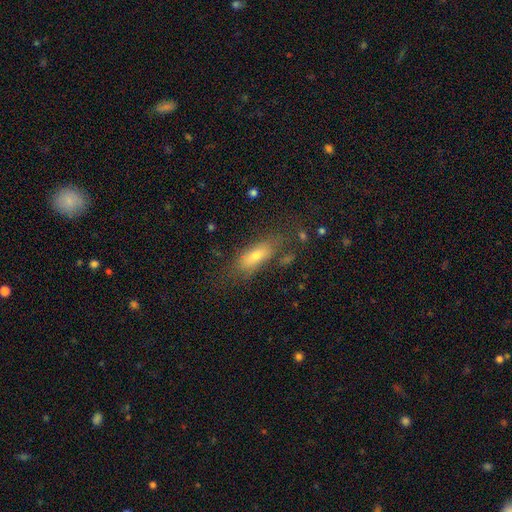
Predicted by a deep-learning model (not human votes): A smooth galaxy with no disk features (64%) that is in between round and cigar-shaped (66%). Merging: none (63%).